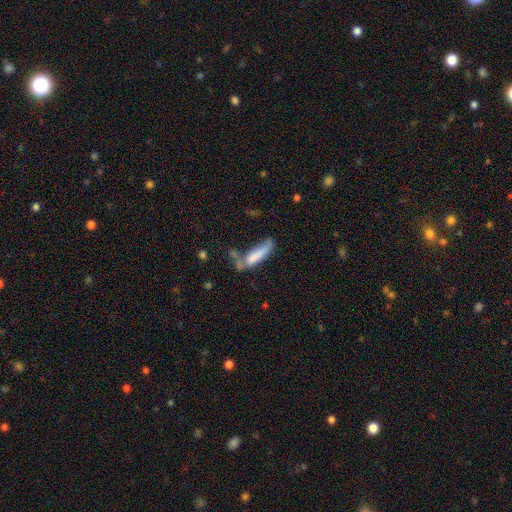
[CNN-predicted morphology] Overall: smooth (74%). How rounded: cigar-shaped (68%; in between 30%). Merging: none (34%; minor disturbance 26%).